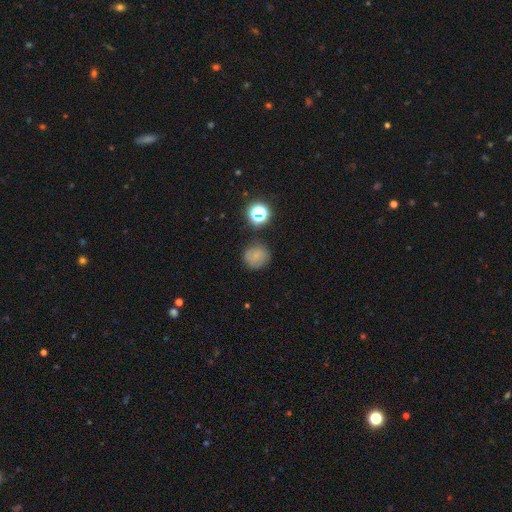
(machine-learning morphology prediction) A smooth galaxy with no disk features (67%) that is round (88%).

Vote fractions:
- Smooth or featured? smooth: 67% / star or artifact: 18% / featured or disk: 15%
- How rounded? round: 88% / in between: 11% / cigar-shaped: 1%
- Merging? none: 77% / minor disturbance: 14% / major disturbance: 4% / merger: 4%